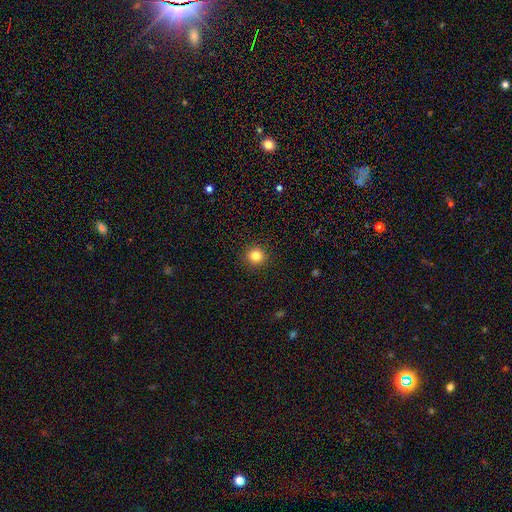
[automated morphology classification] Smooth or featured? smooth (83%)
How rounded? round (94%)
Merging? none (92%)